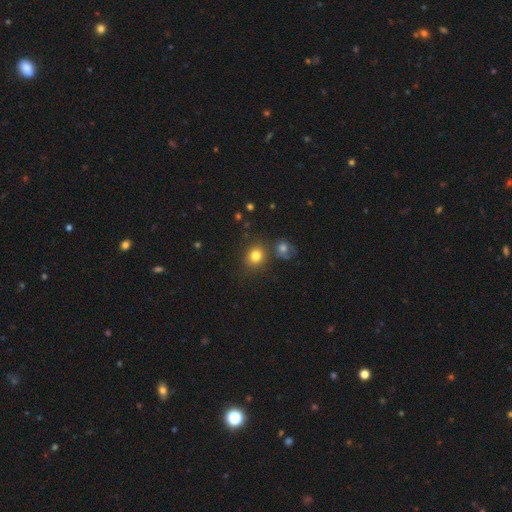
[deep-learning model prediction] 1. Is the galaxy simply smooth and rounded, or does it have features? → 80% smooth, 12% star or artifact, 8% featured or disk.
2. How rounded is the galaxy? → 76% round, 24% in between, 1% cigar-shaped.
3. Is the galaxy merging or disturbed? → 74% none, 12% merger, 11% minor disturbance, 4% major disturbance.